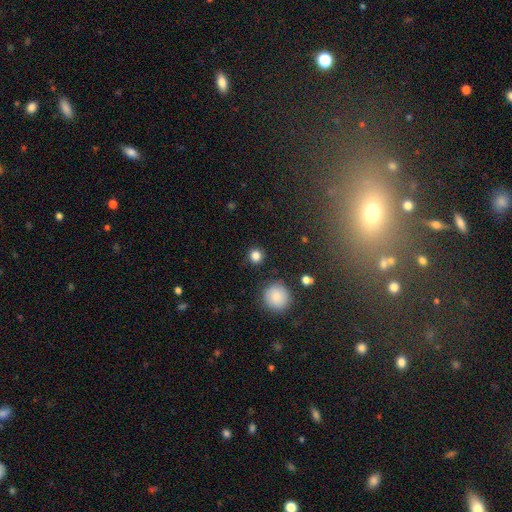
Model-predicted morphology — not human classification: Overall: smooth (83%). How rounded: round (92%). Merging: none (88%).